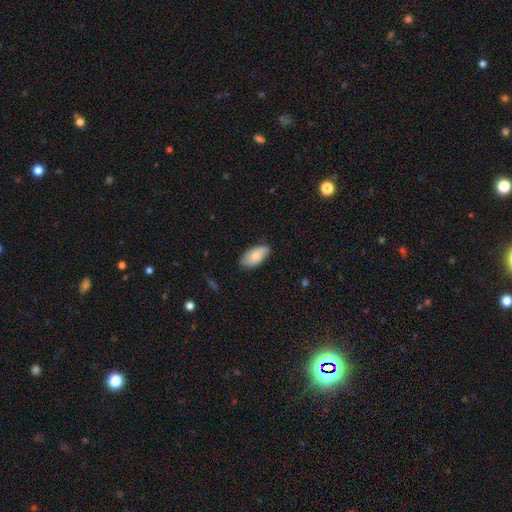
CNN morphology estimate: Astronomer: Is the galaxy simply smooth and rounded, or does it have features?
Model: smooth — 73%.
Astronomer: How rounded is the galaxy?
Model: in between — 93%.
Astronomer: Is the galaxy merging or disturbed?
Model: none — 78%.